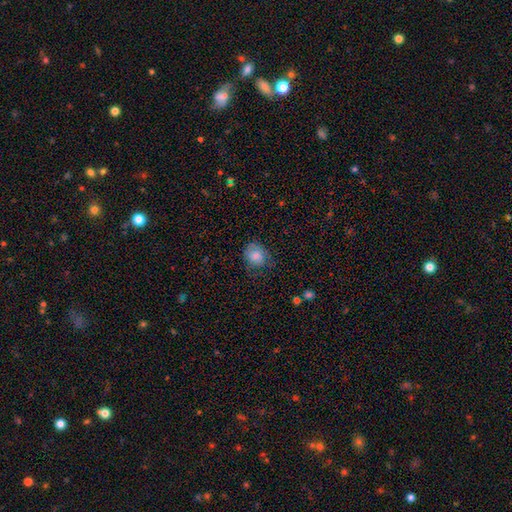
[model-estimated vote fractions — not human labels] Q: Smooth or featured?
A: smooth (81%); runner-up: featured or disk (11%)
Q: How rounded?
A: round (57%); runner-up: in between (42%)
Q: Merging?
A: none (60%); runner-up: minor disturbance (28%)